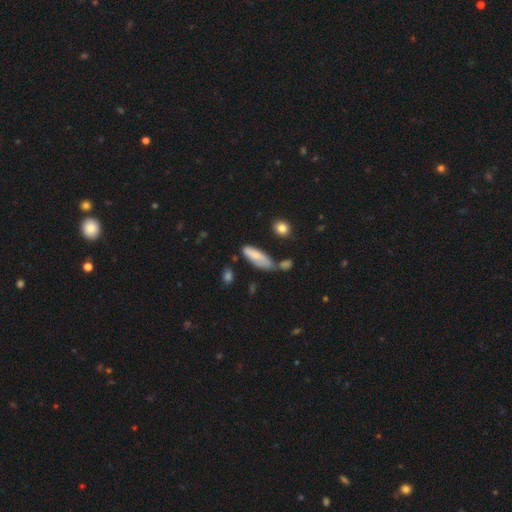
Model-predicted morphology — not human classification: Smooth or featured: smooth — 75% (featured or disk — 18%)
How rounded: in between — 60% (cigar-shaped — 38%)
Merging: none — 49% (minor disturbance — 29%)